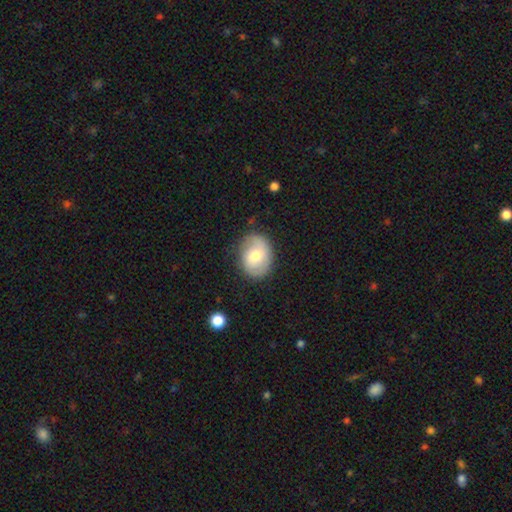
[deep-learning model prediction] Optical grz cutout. It shows a smooth galaxy with no disk features (56%) that is in between round and cigar-shaped (61%). Merging: none (76%).